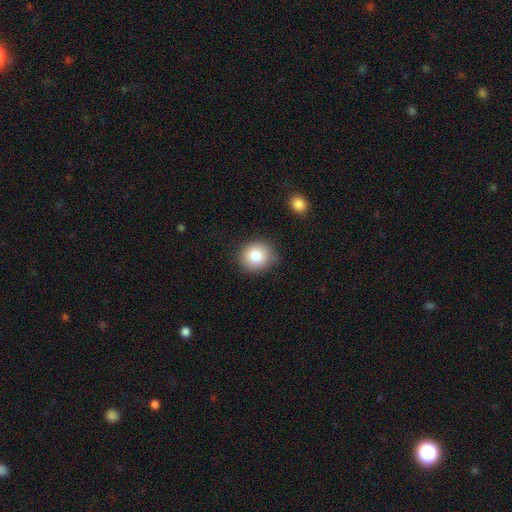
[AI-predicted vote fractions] smooth-or-featured: smooth: 83% | star or artifact: 9% | featured or disk: 8%
  how-rounded: round: 83% | in between: 17% | cigar-shaped: 1%
  merging: none: 84% | minor disturbance: 11% | major disturbance: 3% | merger: 2%